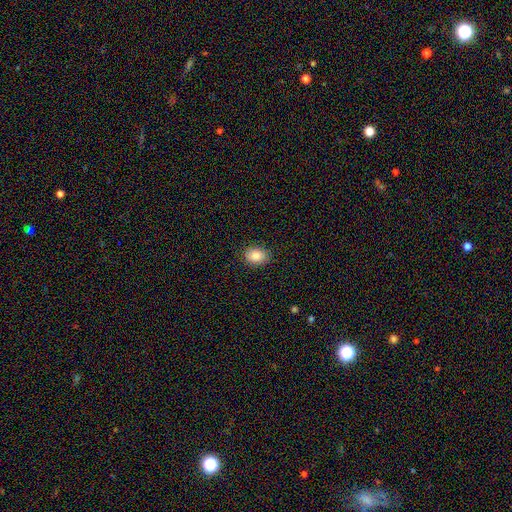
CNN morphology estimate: smooth 86%, star or artifact 8%, featured or disk 6%. Down the decision tree: how rounded — in between (71%); merging — none (88%).